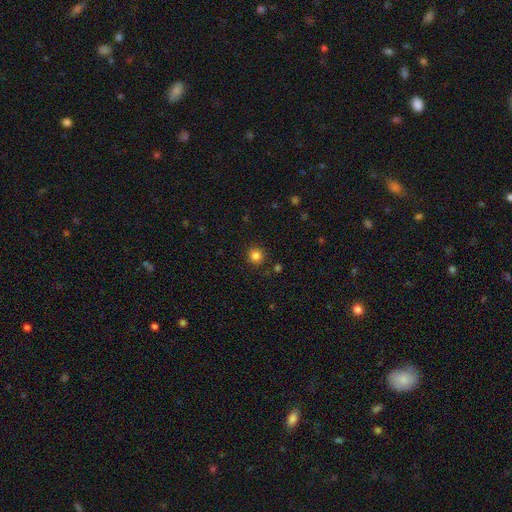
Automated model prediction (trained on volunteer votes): A smooth galaxy with no disk features (84%) that is round (95%). Merging: none (91%).